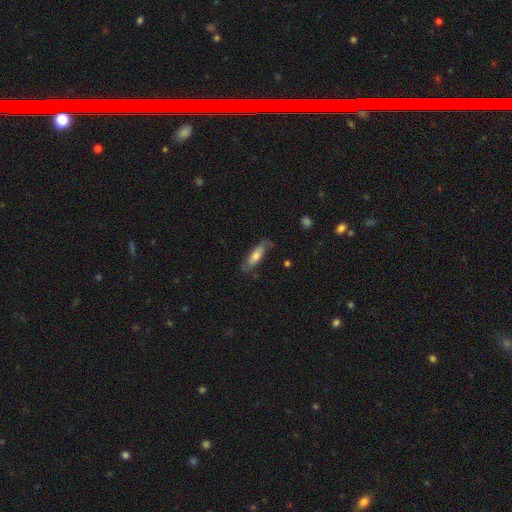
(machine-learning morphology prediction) Smooth or featured? smooth (62%)
How rounded? cigar-shaped (59%)
Merging? none (68%)